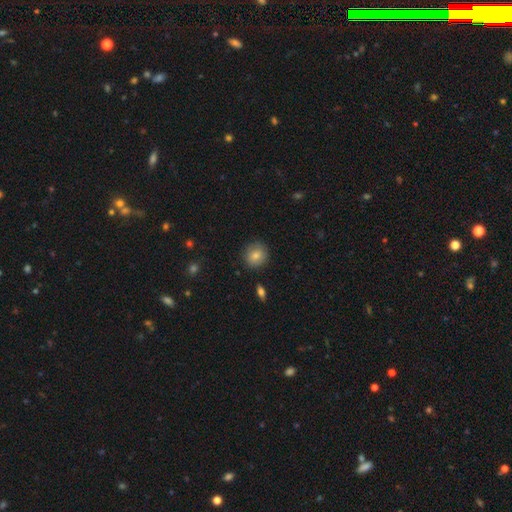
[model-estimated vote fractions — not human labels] A smooth galaxy with no disk features (80%) that is round (87%).

Vote fractions:
- Smooth or featured? smooth: 80% / featured or disk: 11% / star or artifact: 9%
- How rounded? round: 87% / in between: 12% / cigar-shaped: 1%
- Merging? none: 86% / minor disturbance: 10% / major disturbance: 2% / merger: 1%